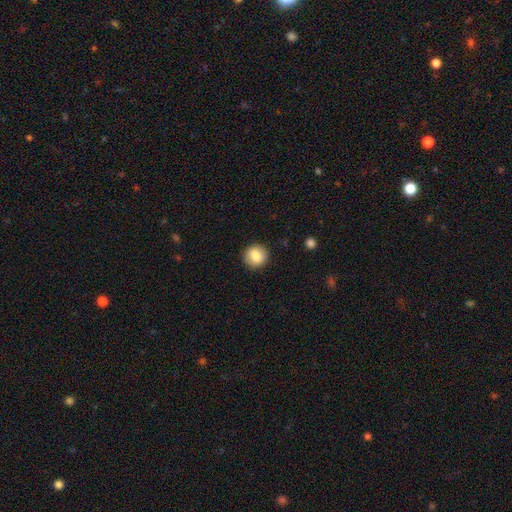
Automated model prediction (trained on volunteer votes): A smooth galaxy with no disk features (84%) that is round (88%).

Vote fractions:
- Smooth or featured? smooth: 84% / star or artifact: 8% / featured or disk: 8%
- How rounded? round: 88% / in between: 11% / cigar-shaped: 1%
- Merging? none: 89% / minor disturbance: 8% / major disturbance: 2% / merger: 1%